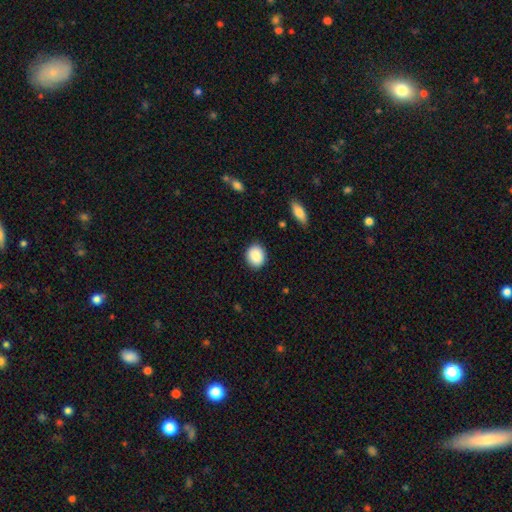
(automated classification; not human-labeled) Overall: smooth (89%). How rounded: round (62%; in between 37%). Merging: none (89%).